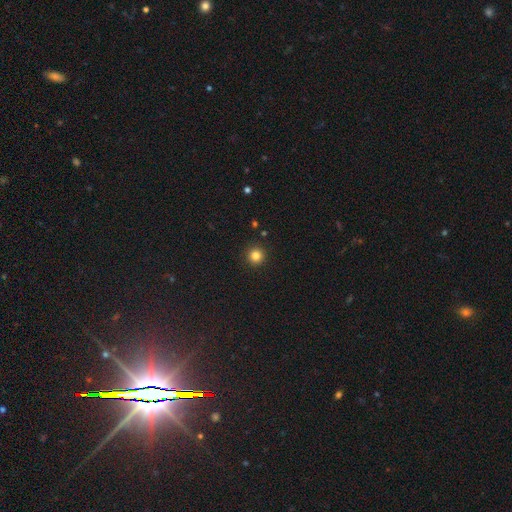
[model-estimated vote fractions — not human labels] smooth-or-featured: smooth: 83% | star or artifact: 13% | featured or disk: 5%
  how-rounded: round: 96% | in between: 3% | cigar-shaped: 1%
  merging: none: 93% | minor disturbance: 4% | major disturbance: 2% | merger: 1%